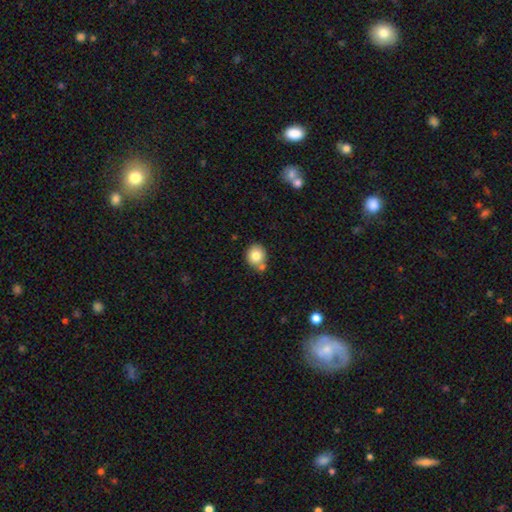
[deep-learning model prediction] smooth-or-featured: smooth: 80% | featured or disk: 10% | star or artifact: 9%
  how-rounded: round: 81% | in between: 18% | cigar-shaped: 1%
  merging: none: 62% | merger: 20% | minor disturbance: 14% | major disturbance: 3%